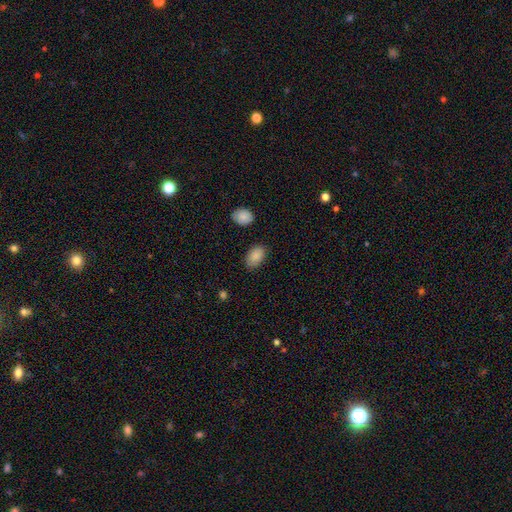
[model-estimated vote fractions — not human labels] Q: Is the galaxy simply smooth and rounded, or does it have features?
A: smooth — 88%.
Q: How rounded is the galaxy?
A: in between — 92%.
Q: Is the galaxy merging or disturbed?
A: none — 84%.